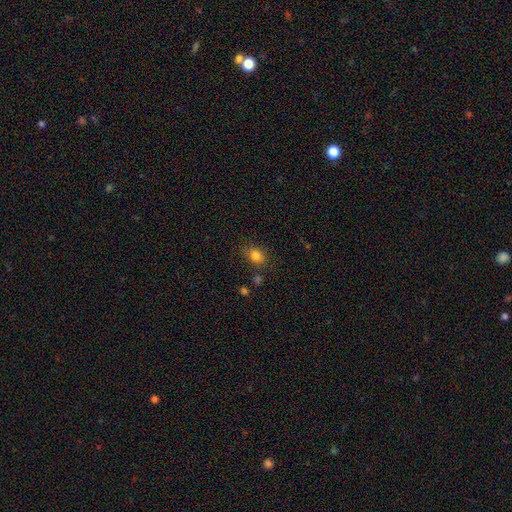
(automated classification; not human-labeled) A smooth galaxy with no disk features (82%) that is in between round and cigar-shaped (55%).

Vote fractions:
- Smooth or featured? smooth: 82% / star or artifact: 12% / featured or disk: 6%
- How rounded? in between: 55% / round: 43% / cigar-shaped: 1%
- Merging? none: 77% / minor disturbance: 15% / major disturbance: 4% / merger: 4%